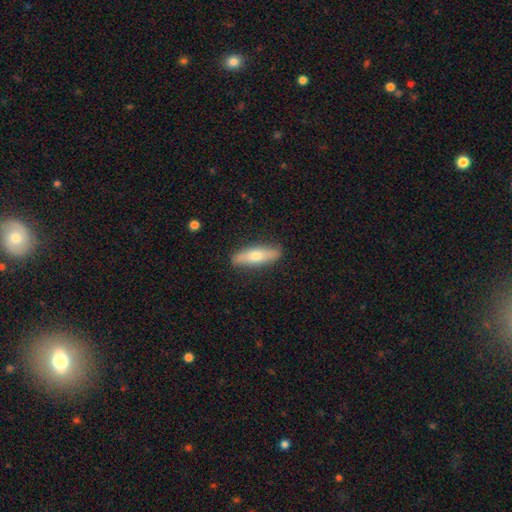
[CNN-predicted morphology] Smooth or featured: smooth — 60% (featured or disk — 35%)
How rounded: cigar-shaped — 67% (in between — 31%)
Merging: none — 87% (minor disturbance — 10%)